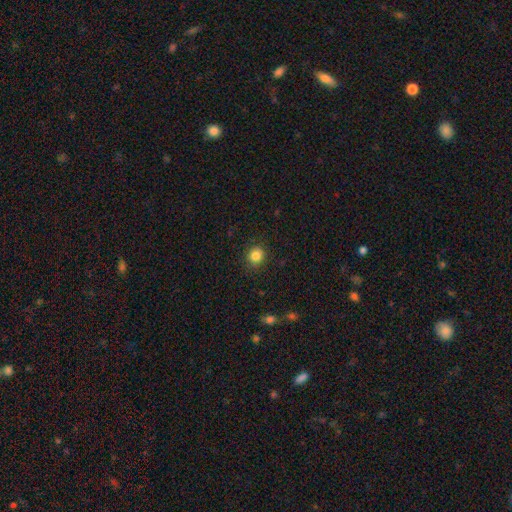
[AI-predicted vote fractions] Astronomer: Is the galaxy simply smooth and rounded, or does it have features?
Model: smooth — 85%.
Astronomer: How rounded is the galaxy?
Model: round — 82%.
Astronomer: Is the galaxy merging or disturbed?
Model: none — 88%.